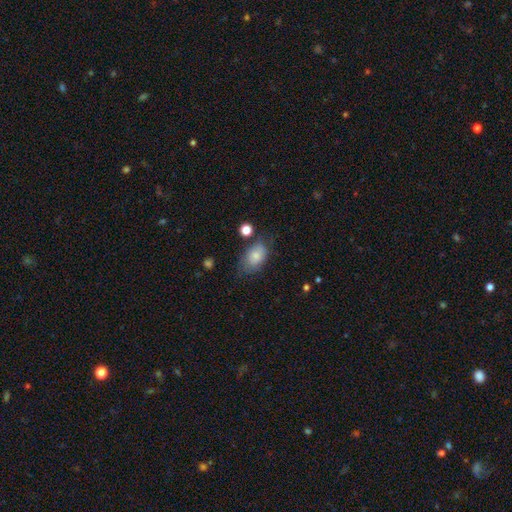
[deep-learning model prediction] This appears to be a smooth galaxy with no disk features (77%) that is in between round and cigar-shaped (88%). Merging: none (60%).